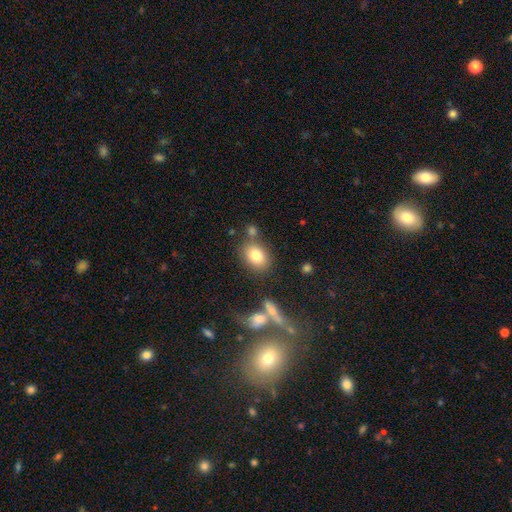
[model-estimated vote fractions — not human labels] Morphology: type=smooth (80%); roundness=in between (63%); merging=none (70%).